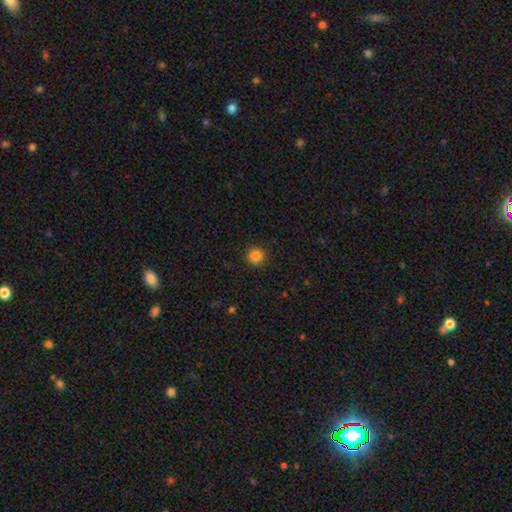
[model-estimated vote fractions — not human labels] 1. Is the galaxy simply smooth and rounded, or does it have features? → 85% smooth, 11% star or artifact, 3% featured or disk.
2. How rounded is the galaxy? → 94% round, 5% in between, 1% cigar-shaped.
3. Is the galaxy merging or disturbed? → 91% none, 6% minor disturbance, 2% major disturbance, 1% merger.